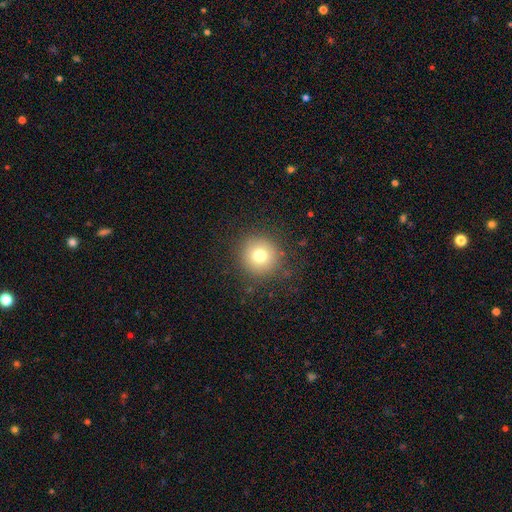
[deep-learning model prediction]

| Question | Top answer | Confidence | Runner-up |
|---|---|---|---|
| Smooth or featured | smooth | 75% | star or artifact (14%) |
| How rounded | round | 95% | in between (4%) |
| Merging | none | 89% | minor disturbance (7%) |